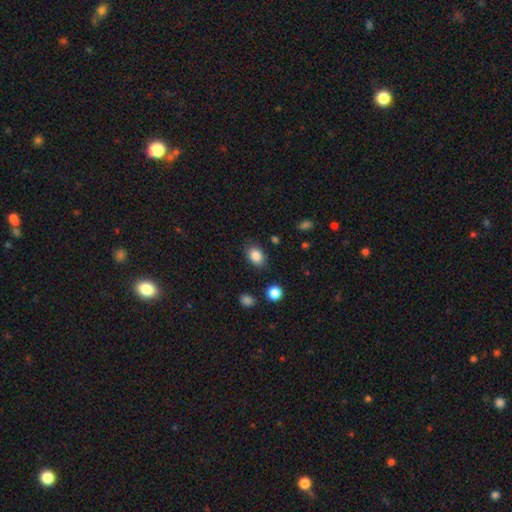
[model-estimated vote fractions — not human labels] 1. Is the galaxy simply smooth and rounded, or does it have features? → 85% smooth, 9% star or artifact, 6% featured or disk.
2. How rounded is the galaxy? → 75% in between, 23% round, 1% cigar-shaped.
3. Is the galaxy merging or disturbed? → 82% none, 12% minor disturbance, 3% major disturbance, 2% merger.